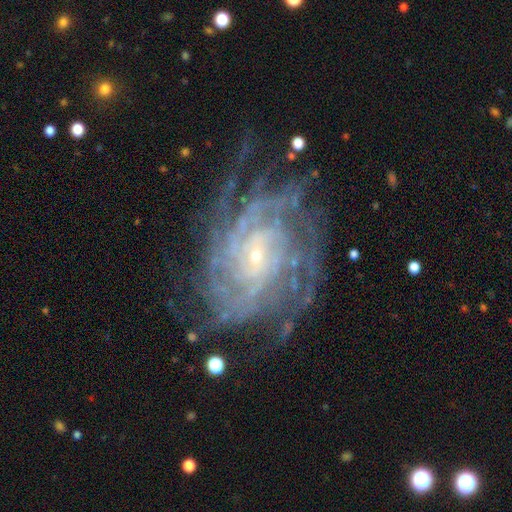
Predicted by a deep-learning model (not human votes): Smooth or featured: featured or disk — 90% (star or artifact — 6%)
Edge-on disk: no — 97% (yes — 3%)
Bar: no — 61% (weak — 28%)
Spiral arms: yes — 98% (no — 2%)
Spiral winding: tight — 74% (medium — 22%)
Spiral arm count: more than 4 — 25% (can't tell — 23%)
Bulge size: small — 85% (moderate — 10%)
Merging: none — 70% (minor disturbance — 18%)